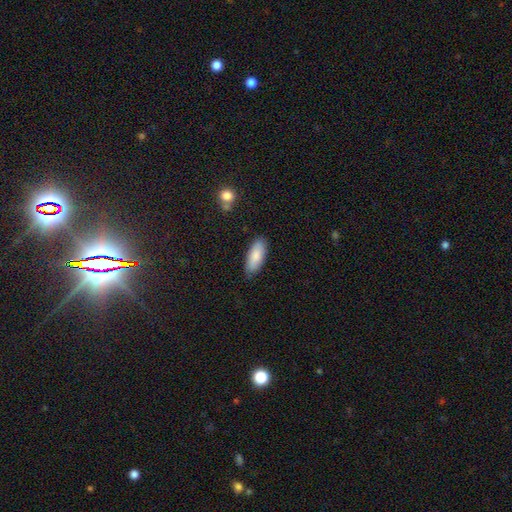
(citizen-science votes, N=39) Morphology: type=smooth (85%); roundness=in between (82%); merging=none (59%).